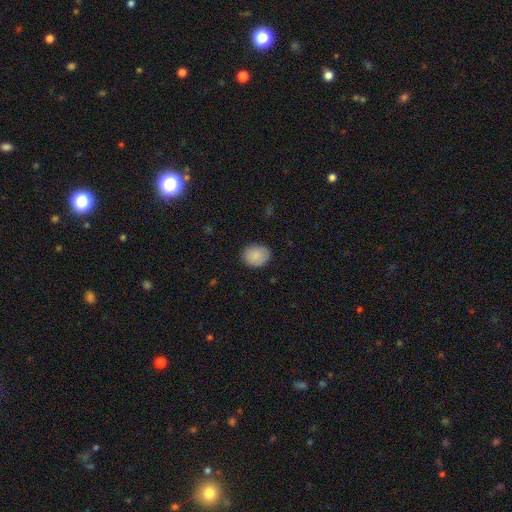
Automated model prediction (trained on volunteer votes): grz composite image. It shows a smooth galaxy with no disk features (88%) that is round (62%). Merging: none (86%).